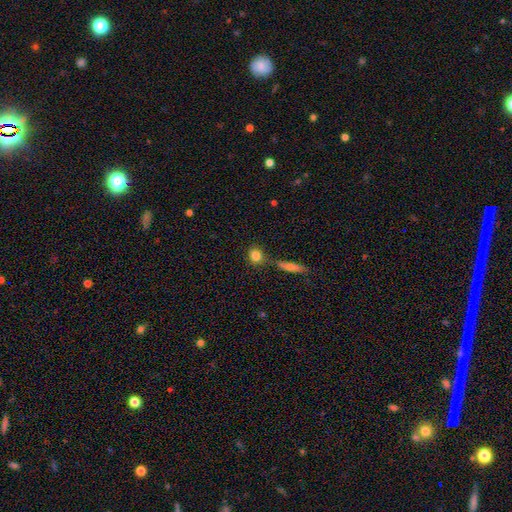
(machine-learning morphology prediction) type=smooth (83%); roundness=round (72%); merging=none (74%).